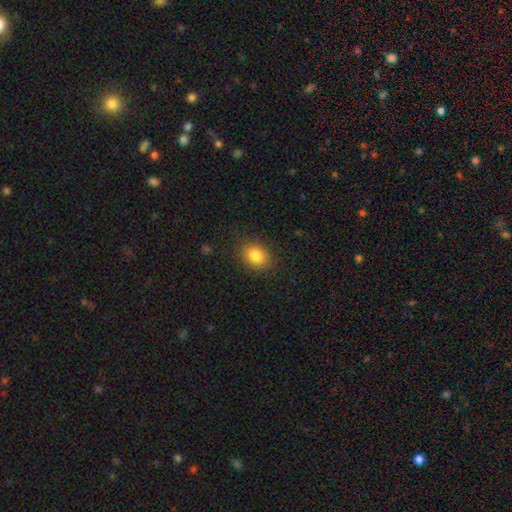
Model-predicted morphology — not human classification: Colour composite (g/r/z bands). It shows a smooth galaxy with no disk features (84%) that is in between round and cigar-shaped (50%). Merging: none (86%).